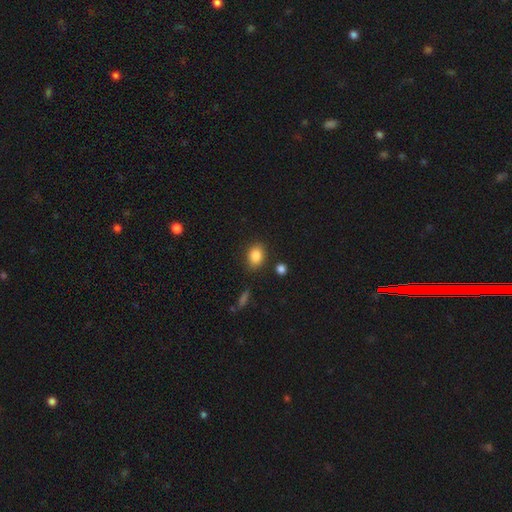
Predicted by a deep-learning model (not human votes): smooth_or_featured: smooth (p=0.86) [alt: star or artifact p=0.09]
how_rounded: in between (p=0.68) [alt: round p=0.30]
merging: none (p=0.82) [alt: minor disturbance p=0.12]